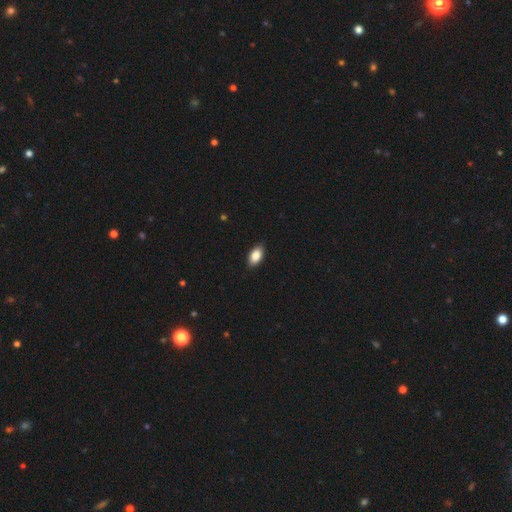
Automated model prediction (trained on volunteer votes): smooth 86%, featured or disk 7%, star or artifact 7%. Down the decision tree: how rounded — in between (92%); merging — none (88%).